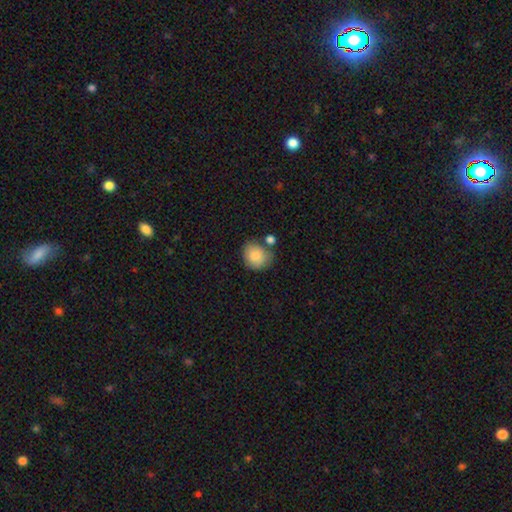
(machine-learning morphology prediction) smooth 85%, featured or disk 7%, star or artifact 7%. Down the decision tree: how rounded — round (70%); merging — none (61%).